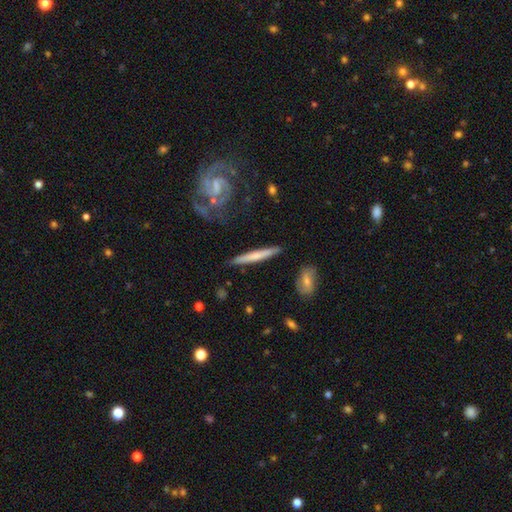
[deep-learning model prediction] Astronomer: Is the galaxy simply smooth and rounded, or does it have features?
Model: smooth — 54% (runner-up: featured or disk, 40%).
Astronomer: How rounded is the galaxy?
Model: cigar-shaped — 95%.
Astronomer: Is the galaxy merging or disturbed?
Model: none — 85%.